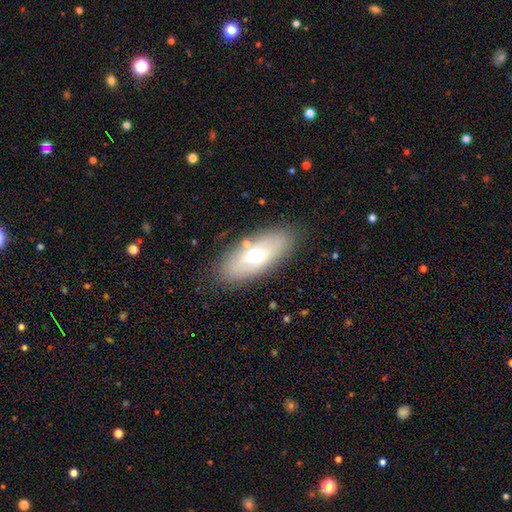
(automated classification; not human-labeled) Smooth or featured? Predicted: smooth (p=0.57). How rounded? Predicted: in between (p=0.82). Merging? Predicted: none (p=0.82).